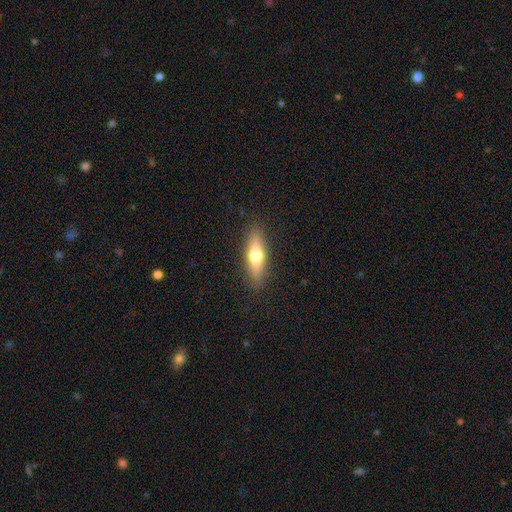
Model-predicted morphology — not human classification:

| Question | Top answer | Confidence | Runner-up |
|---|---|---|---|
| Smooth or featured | smooth | 57% | featured or disk (36%) |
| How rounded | cigar-shaped | 58% | in between (39%) |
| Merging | none | 87% | minor disturbance (9%) |